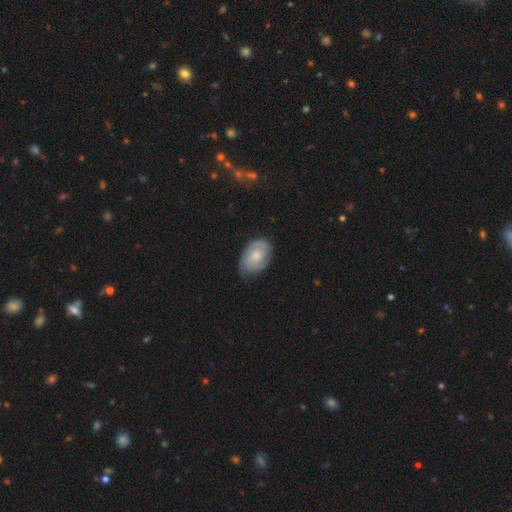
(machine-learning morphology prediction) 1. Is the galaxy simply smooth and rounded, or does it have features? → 59% featured or disk, 34% smooth, 6% star or artifact.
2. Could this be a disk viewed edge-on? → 96% no, 4% yes.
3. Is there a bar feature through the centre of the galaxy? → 73% no, 24% weak, 3% strong.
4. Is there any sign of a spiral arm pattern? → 87% yes, 13% no.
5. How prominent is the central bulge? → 50% moderate, 38% small, 6% none, 5% large, 1% dominant.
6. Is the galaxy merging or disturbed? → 65% none, 27% minor disturbance, 7% major disturbance, 1% merger.